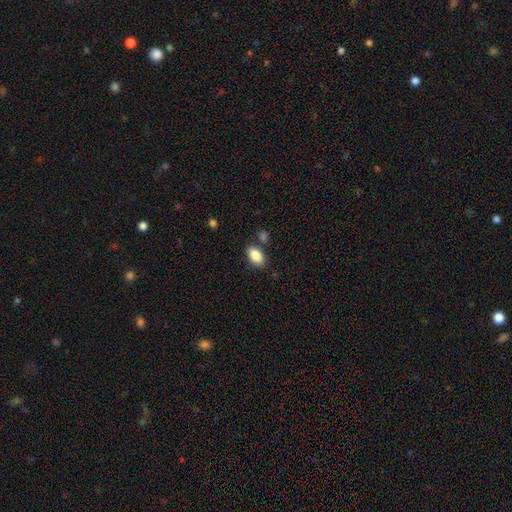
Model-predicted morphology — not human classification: A smooth galaxy with no disk features (87%) that is in between round and cigar-shaped (92%). Merging: none (79%).